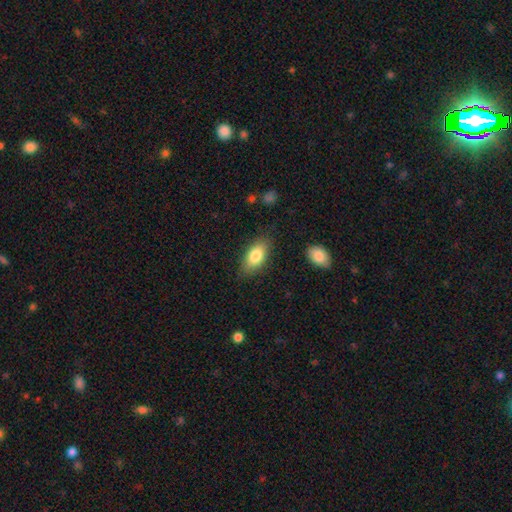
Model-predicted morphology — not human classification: smooth 81%, featured or disk 12%, star or artifact 6%. Down the decision tree: how rounded — in between (89%); merging — none (82%).